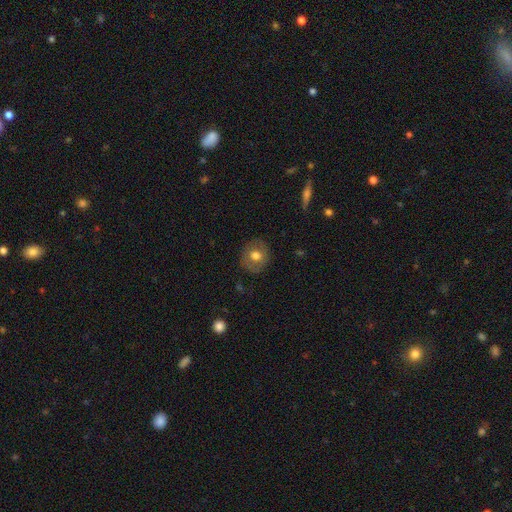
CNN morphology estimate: A smooth galaxy with no disk features (67%) that is round (81%). Merging: none (85%).